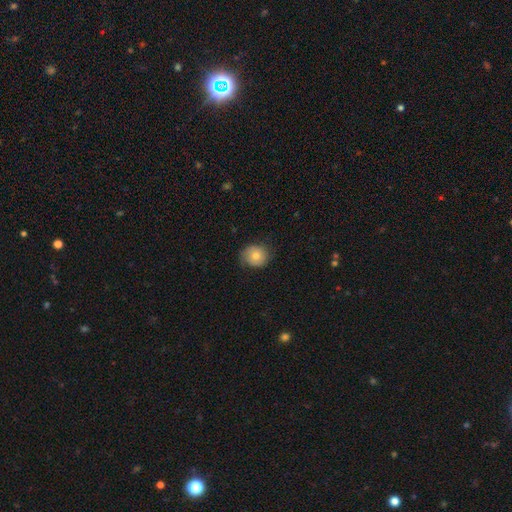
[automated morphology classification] This appears to be a smooth galaxy with no disk features (73%) that is round (81%). Merging: none (74%).